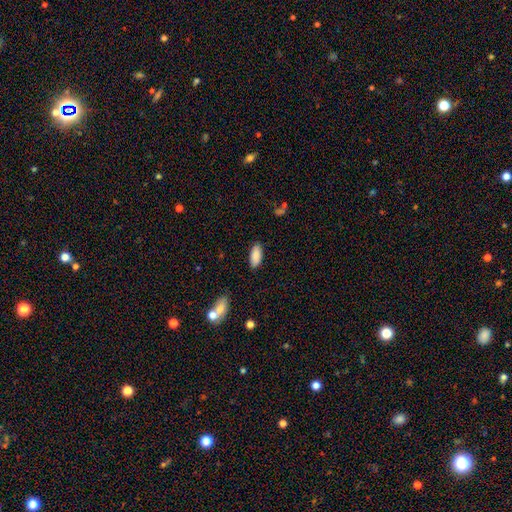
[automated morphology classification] Q: Smooth or featured?
A: smooth (88%); runner-up: star or artifact (7%)
Q: How rounded?
A: in between (87%); runner-up: cigar-shaped (11%)
Q: Merging?
A: none (86%); runner-up: minor disturbance (10%)